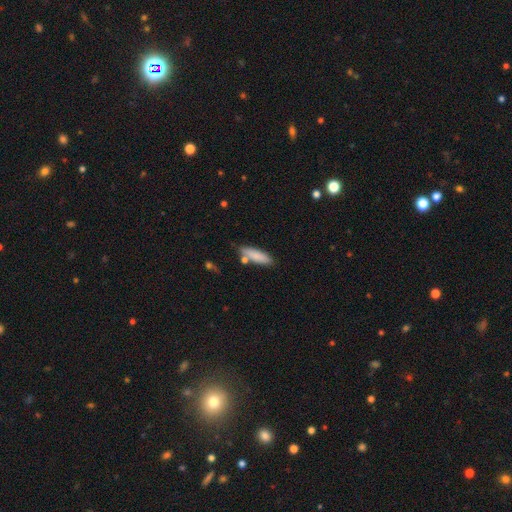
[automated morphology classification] smooth_or_featured: smooth (p=0.84) [alt: featured or disk p=0.10]
how_rounded: cigar-shaped (p=0.50) [alt: in between p=0.48]
merging: none (p=0.74) [alt: minor disturbance p=0.15]